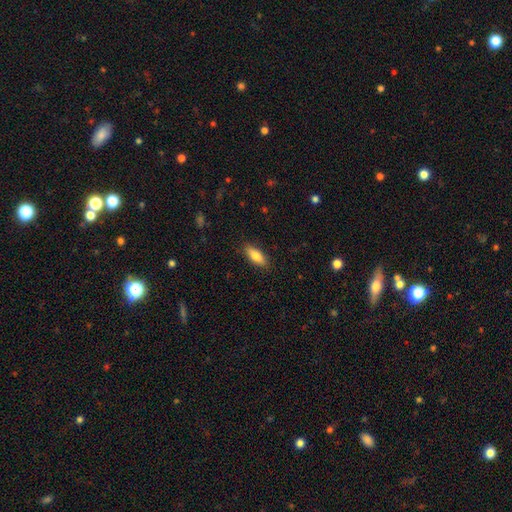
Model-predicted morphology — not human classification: smooth-or-featured: smooth: 82% | featured or disk: 11% | star or artifact: 7%
  how-rounded: in between: 76% | cigar-shaped: 22% | round: 2%
  merging: none: 87% | minor disturbance: 10% | major disturbance: 2% | merger: 1%